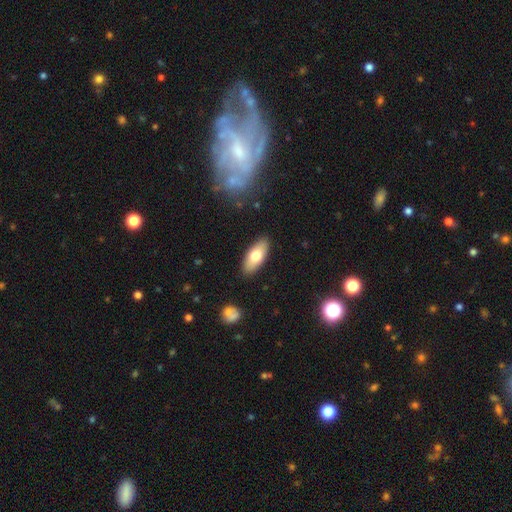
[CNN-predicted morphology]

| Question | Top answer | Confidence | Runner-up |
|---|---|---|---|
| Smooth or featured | smooth | 73% | featured or disk (21%) |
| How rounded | in between | 82% | cigar-shaped (15%) |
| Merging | none | 88% | minor disturbance (9%) |